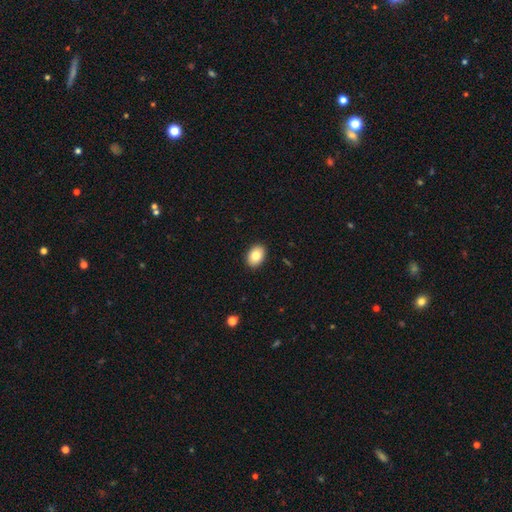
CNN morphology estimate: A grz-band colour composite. It shows a smooth galaxy with no disk features (83%) that is in between round and cigar-shaped (81%). Merging: none (90%).